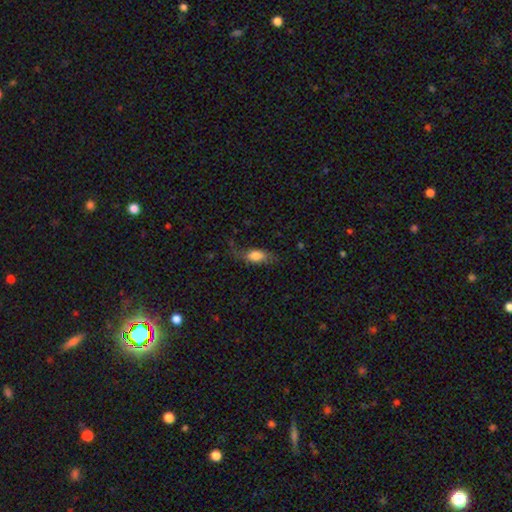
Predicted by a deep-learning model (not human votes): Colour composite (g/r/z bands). It shows a smooth galaxy with no disk features (75%) that is in between round and cigar-shaped (83%). Merging: none (58%).